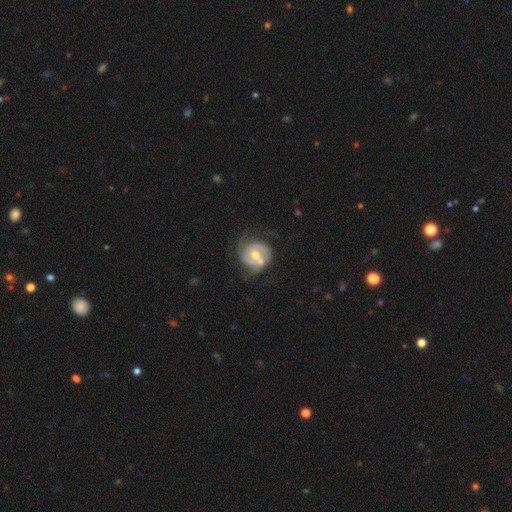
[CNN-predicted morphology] A featured or disk galaxy (76%) with no bar (54%), 2 (63%) tight (51%) spiral arms (89%) and a moderate central bulge (66%). Merging: none (55%).